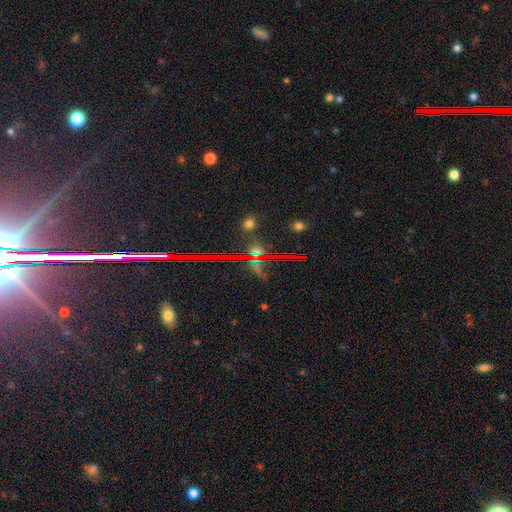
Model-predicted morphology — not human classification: A star or artifact, not a galaxy (67%).